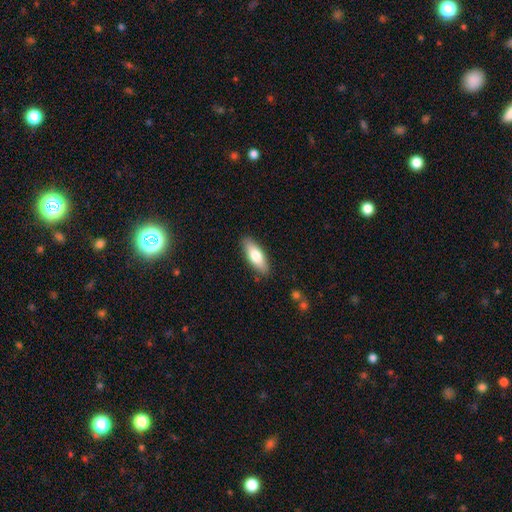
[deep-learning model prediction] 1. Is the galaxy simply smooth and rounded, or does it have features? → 74% smooth, 21% featured or disk, 6% star or artifact.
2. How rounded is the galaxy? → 64% in between, 34% cigar-shaped, 2% round.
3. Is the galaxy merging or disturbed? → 87% none, 10% minor disturbance, 2% major disturbance, 1% merger.